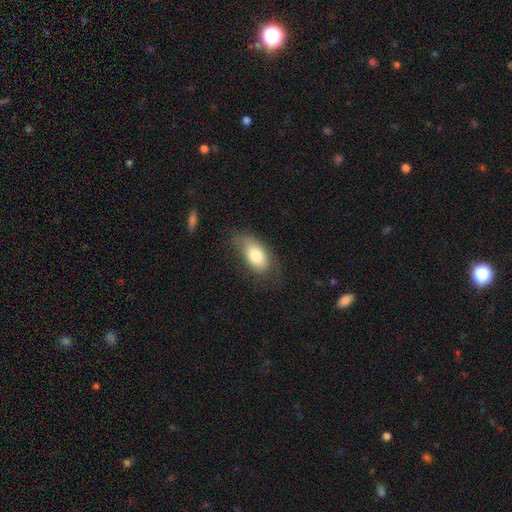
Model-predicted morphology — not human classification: Smooth or featured? smooth (77%)
How rounded? in between (91%)
Merging? none (50%)